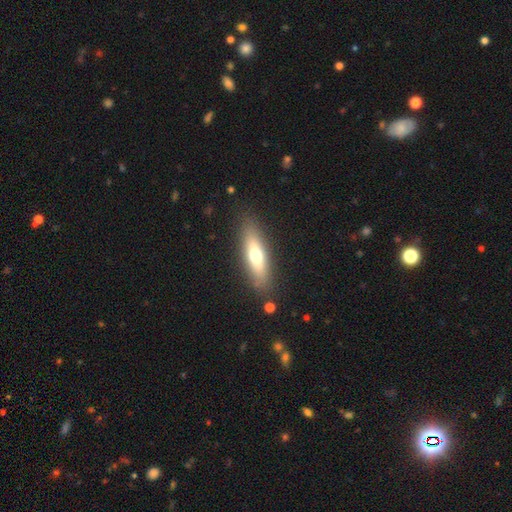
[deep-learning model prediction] smooth_or_featured: smooth (p=0.59) [alt: featured or disk p=0.35]
how_rounded: cigar-shaped (p=0.60) [alt: in between p=0.38]
merging: none (p=0.85) [alt: minor disturbance p=0.10]